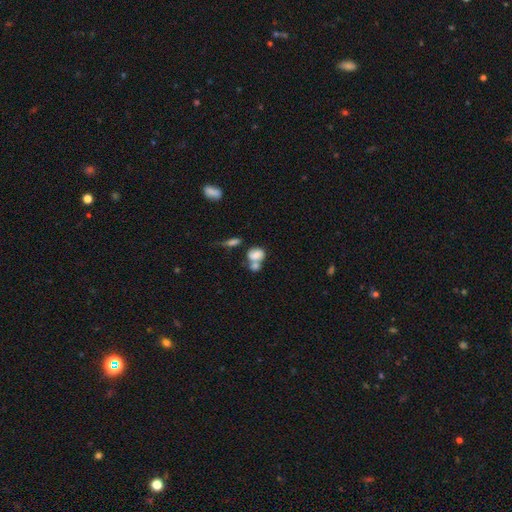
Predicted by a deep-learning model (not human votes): Q: Smooth or featured?
A: smooth (73%); runner-up: featured or disk (17%)
Q: How rounded?
A: in between (64%); runner-up: round (34%)
Q: Merging?
A: merger (58%); runner-up: none (25%)